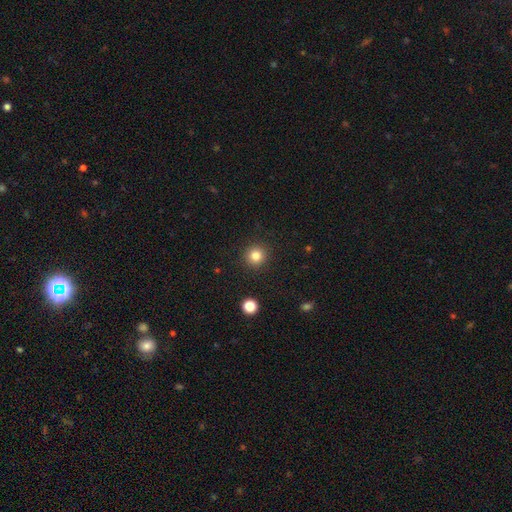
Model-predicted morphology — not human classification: A smooth galaxy with no disk features (82%) that is round (94%). Merging: none (92%).